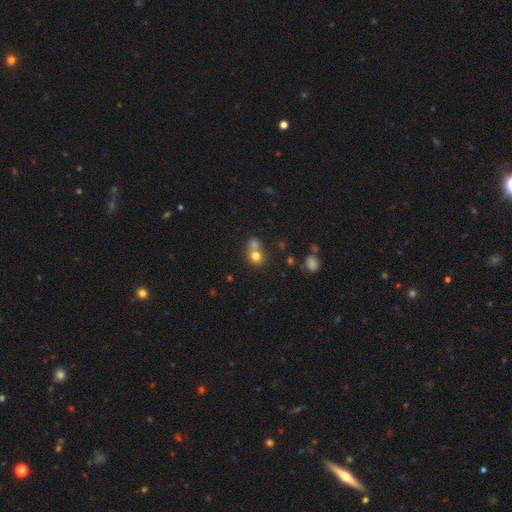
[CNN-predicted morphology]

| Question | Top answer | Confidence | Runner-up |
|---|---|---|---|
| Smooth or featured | smooth | 76% | star or artifact (13%) |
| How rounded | round | 79% | in between (21%) |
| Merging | merger | 52% | none (38%) |